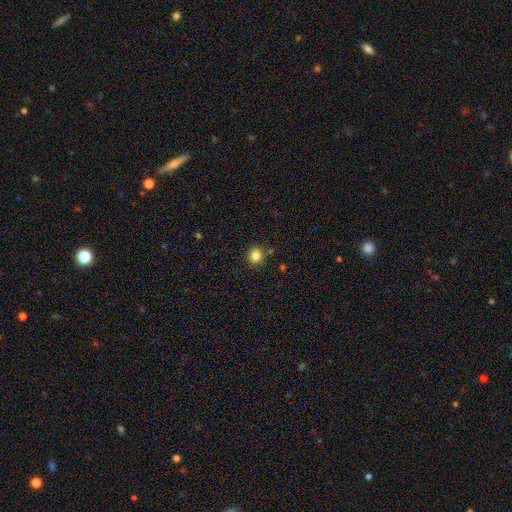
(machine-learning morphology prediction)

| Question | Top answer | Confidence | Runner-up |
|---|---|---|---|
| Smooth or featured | smooth | 84% | star or artifact (11%) |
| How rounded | round | 91% | in between (8%) |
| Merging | none | 85% | minor disturbance (8%) |